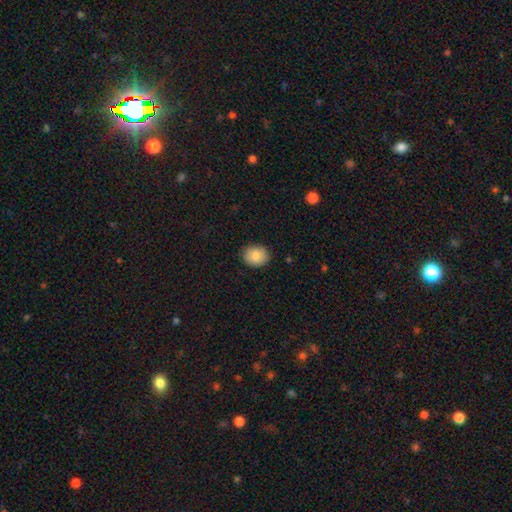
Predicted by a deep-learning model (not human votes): smooth-or-featured: smooth: 88% | star or artifact: 7% | featured or disk: 5%
  how-rounded: round: 58% | in between: 41% | cigar-shaped: 1%
  merging: none: 87% | minor disturbance: 10% | major disturbance: 2% | merger: 1%